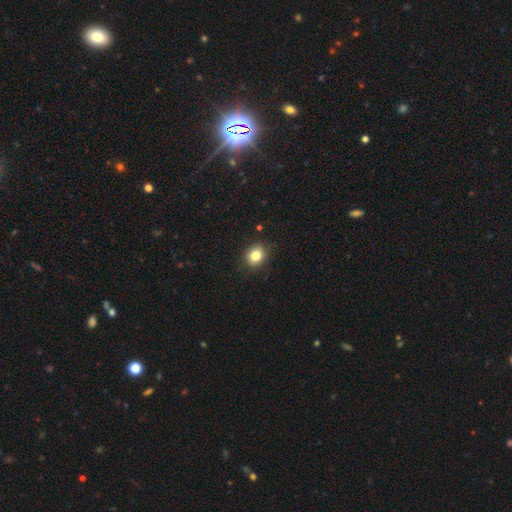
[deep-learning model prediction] smooth 82%, star or artifact 11%, featured or disk 7%. Down the decision tree: how rounded — round (64%); merging — none (87%).